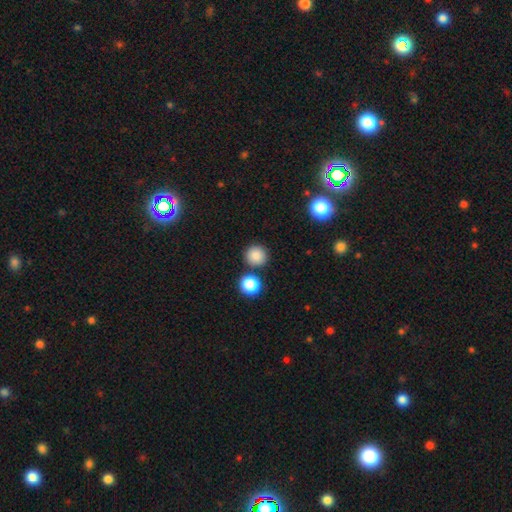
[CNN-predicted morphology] smooth 85%, star or artifact 11%, featured or disk 4%. Down the decision tree: how rounded — round (93%); merging — none (81%).